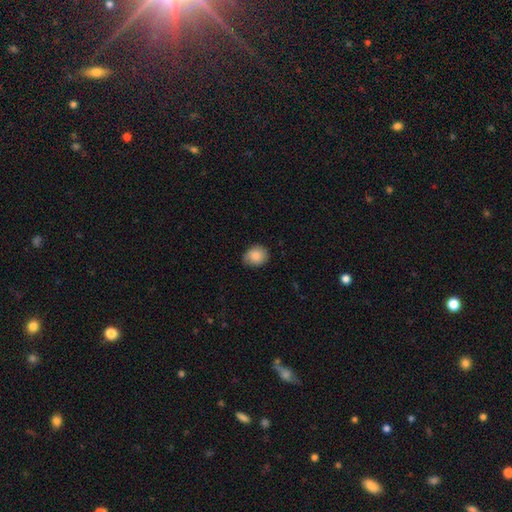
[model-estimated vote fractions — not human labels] Smooth or featured?
  - smooth: 84% *
  - featured or disk: 8%
  - star or artifact: 7%
How rounded?
  - round: 62% *
  - in between: 37%
  - cigar-shaped: 1%
Merging?
  - none: 73% *
  - minor disturbance: 22%
  - major disturbance: 4%
  - merger: 1%